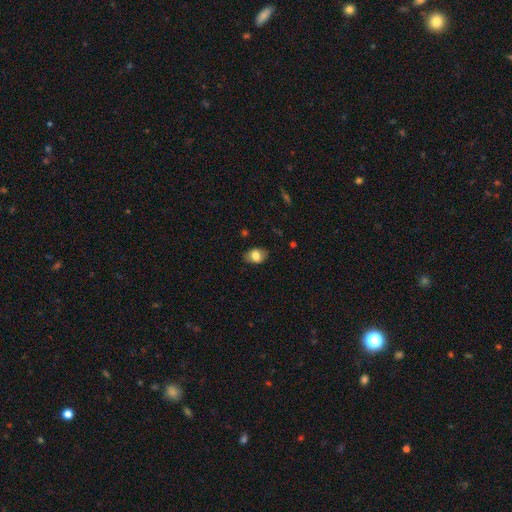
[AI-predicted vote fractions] The model was most divided on "how rounded": in between: 73%, round: 26%, cigar-shaped: 1%. More confident: merging — none (80%); smooth or featured — smooth (78%).